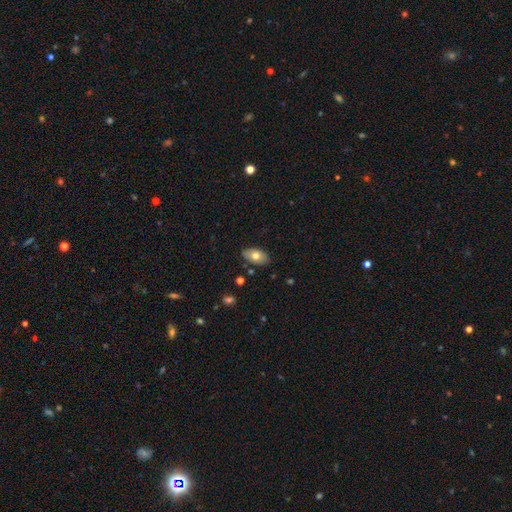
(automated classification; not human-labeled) smooth 69%, featured or disk 24%, star or artifact 7%. Down the decision tree: how rounded — in between (92%); merging — none (83%).